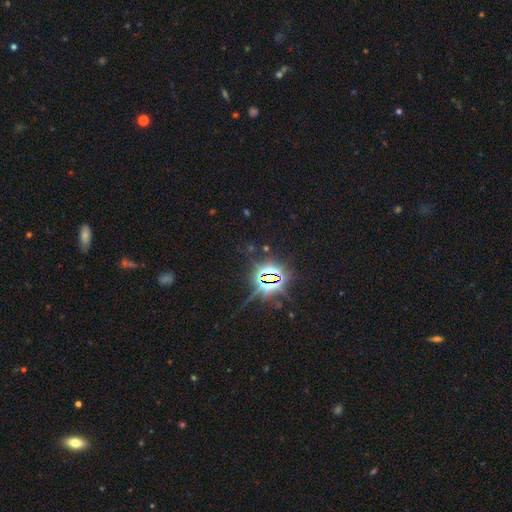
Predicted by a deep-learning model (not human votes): Smooth or featured?
  - star or artifact: 84% *
  - smooth: 9%
  - featured or disk: 7%